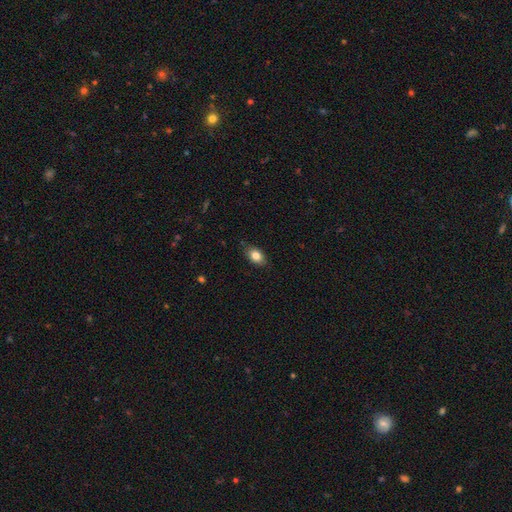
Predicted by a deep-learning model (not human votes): A smooth galaxy with no disk features (82%) that is in between round and cigar-shaped (86%).

Vote fractions:
- Smooth or featured? smooth: 82% / featured or disk: 10% / star or artifact: 8%
- How rounded? in between: 86% / round: 12% / cigar-shaped: 2%
- Merging? none: 85% / minor disturbance: 12% / major disturbance: 2% / merger: 1%